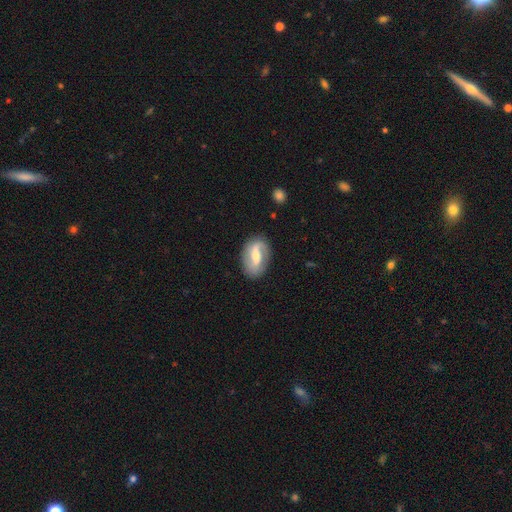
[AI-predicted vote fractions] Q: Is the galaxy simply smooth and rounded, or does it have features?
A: featured or disk — 72%.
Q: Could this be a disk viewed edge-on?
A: no — 95%.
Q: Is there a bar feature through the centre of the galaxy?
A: weak — 44%.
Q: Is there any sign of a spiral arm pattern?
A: yes — 87%.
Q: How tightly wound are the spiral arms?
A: loose — 49%.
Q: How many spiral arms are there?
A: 2 — 76%.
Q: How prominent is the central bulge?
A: moderate — 57%.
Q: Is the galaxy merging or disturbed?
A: none — 79%.